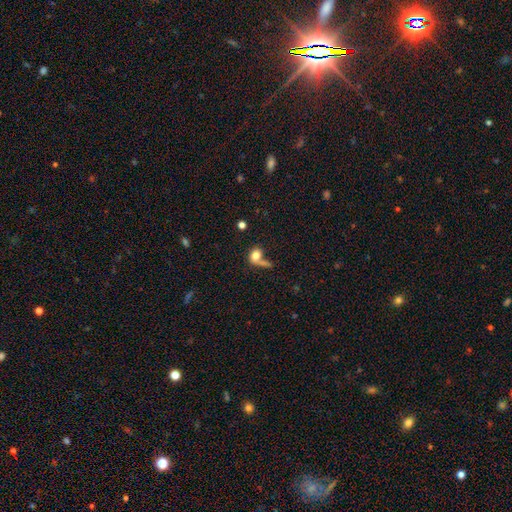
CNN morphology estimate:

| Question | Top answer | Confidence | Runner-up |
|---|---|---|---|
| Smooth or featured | smooth | 76% | featured or disk (14%) |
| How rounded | in between | 54% | round (43%) |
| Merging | none | 36% | merger (34%) |